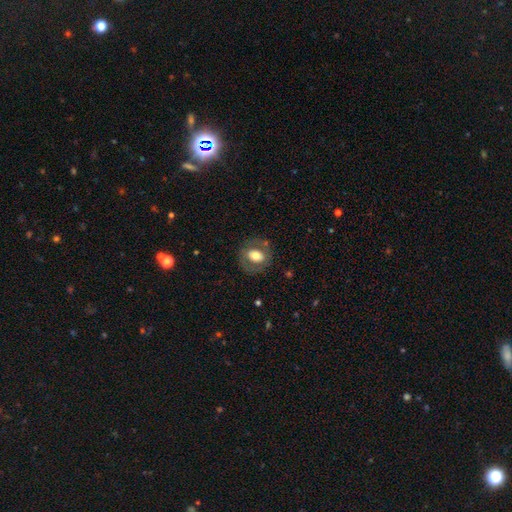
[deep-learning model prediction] Smooth or featured: smooth — 57% (featured or disk — 36%)
How rounded: round — 55% (in between — 44%)
Merging: none — 78% (minor disturbance — 13%)